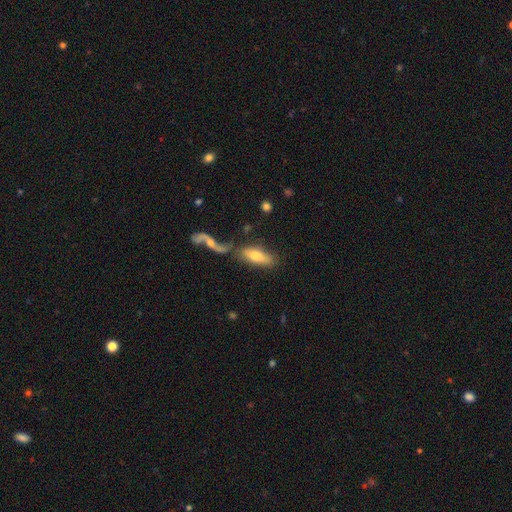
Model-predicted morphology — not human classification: type=smooth (64%); roundness=in between (68%); merging=none (49%).